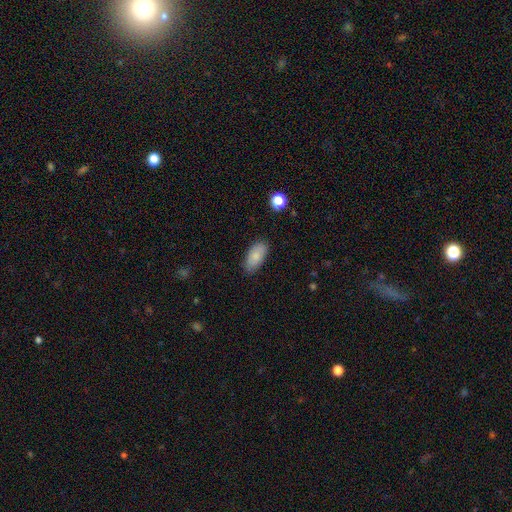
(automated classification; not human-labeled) The model was most divided on "merging": none: 83%, minor disturbance: 13%, major disturbance: 3%, merger: 1%. More confident: how rounded — in between (92%); smooth or featured — smooth (84%).